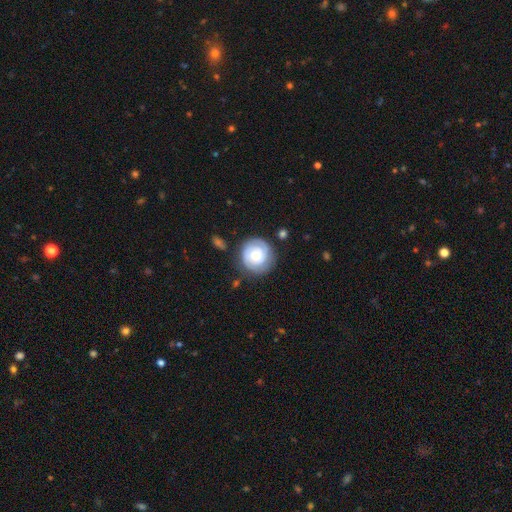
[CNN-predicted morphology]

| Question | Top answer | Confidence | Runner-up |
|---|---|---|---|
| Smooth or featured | featured or disk | 59% | smooth (36%) |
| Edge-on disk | no | 98% | yes (2%) |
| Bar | no | 76% | weak (20%) |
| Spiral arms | yes | 80% | no (20%) |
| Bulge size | moderate | 60% | small (29%) |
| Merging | none | 78% | minor disturbance (15%) |